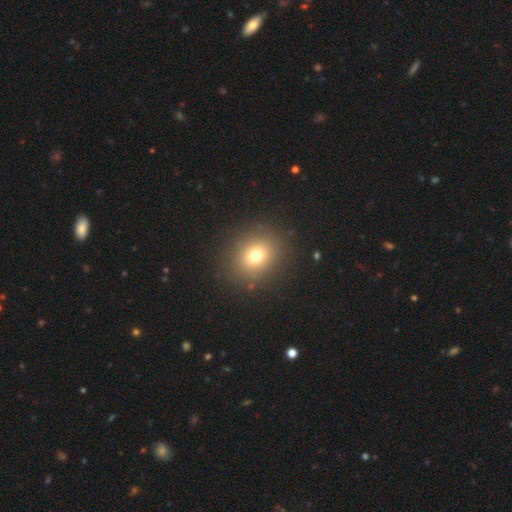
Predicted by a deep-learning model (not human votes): A smooth galaxy with no disk features (73%) that is round (69%). Merging: none (88%).